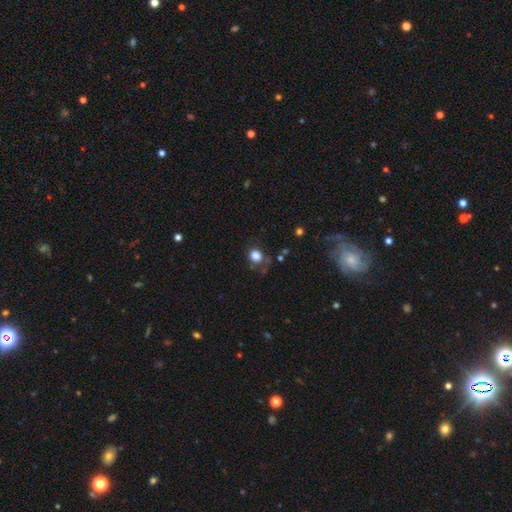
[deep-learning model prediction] This is clearly a smooth galaxy (82%). How rounded: likely round (69%). Merging: likely none (66%).